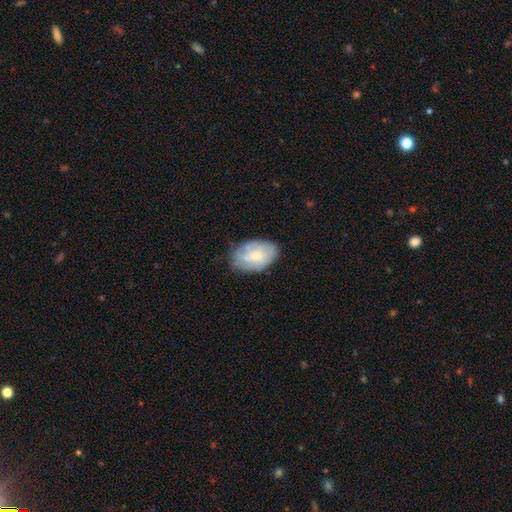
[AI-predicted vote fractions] This appears to be a smooth galaxy with no disk features (58%) that is in between round and cigar-shaped (89%). Merging: none (72%).